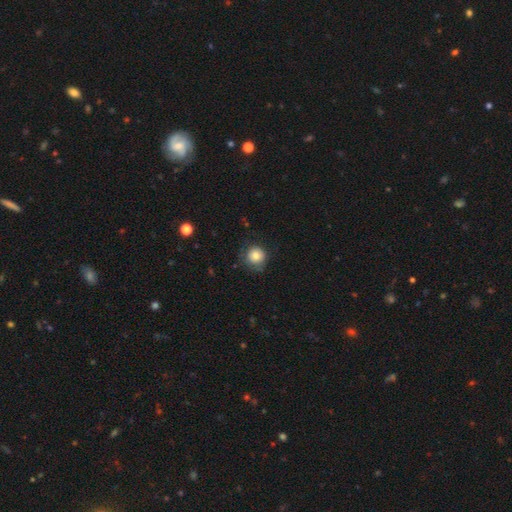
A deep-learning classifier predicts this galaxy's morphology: Q: Smooth or featured?
A: smooth (78%); runner-up: featured or disk (13%)
Q: How rounded?
A: round (92%); runner-up: in between (7%)
Q: Merging?
A: none (69%); runner-up: minor disturbance (21%)